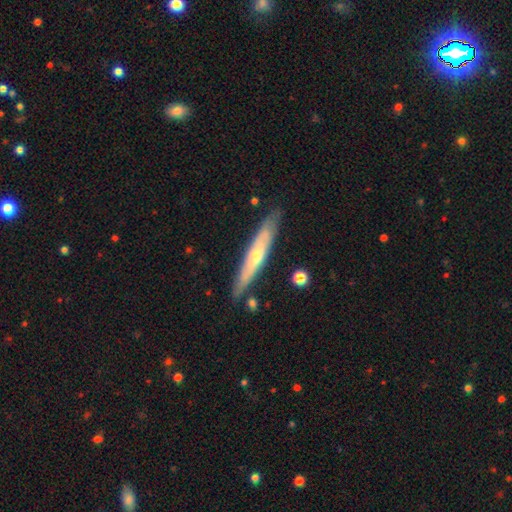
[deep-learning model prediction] The model was most divided on "smooth or featured": featured or disk: 61%, smooth: 33%, star or artifact: 6%. More confident: edge-on disk — yes (87%); merging — none (84%); edge-on bulge — rounded (76%).